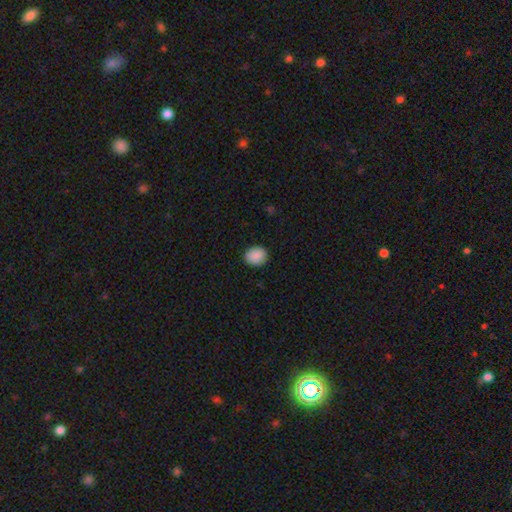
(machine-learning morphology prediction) Smooth or featured?
  - smooth: 89% *
  - star or artifact: 7%
  - featured or disk: 4%
How rounded?
  - round: 64% *
  - in between: 35%
  - cigar-shaped: 1%
Merging?
  - none: 90% *
  - minor disturbance: 8%
  - major disturbance: 2%
  - merger: 1%